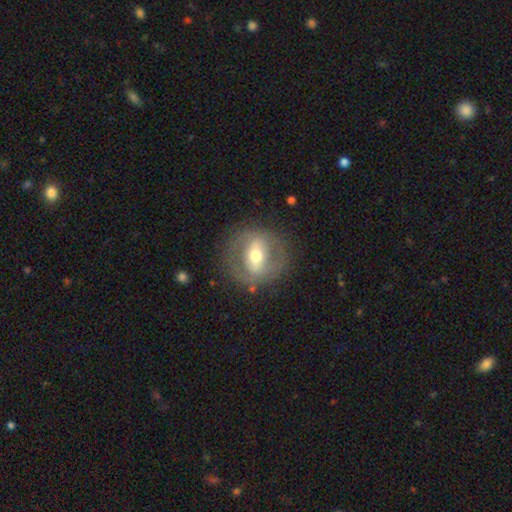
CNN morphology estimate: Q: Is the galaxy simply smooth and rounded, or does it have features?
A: featured or disk — 64%.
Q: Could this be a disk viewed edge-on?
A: no — 88%.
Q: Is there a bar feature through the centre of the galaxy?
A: strong — 52%.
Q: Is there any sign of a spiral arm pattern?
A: no — 70%.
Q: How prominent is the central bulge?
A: moderate — 70%.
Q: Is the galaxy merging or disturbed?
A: none — 78%.